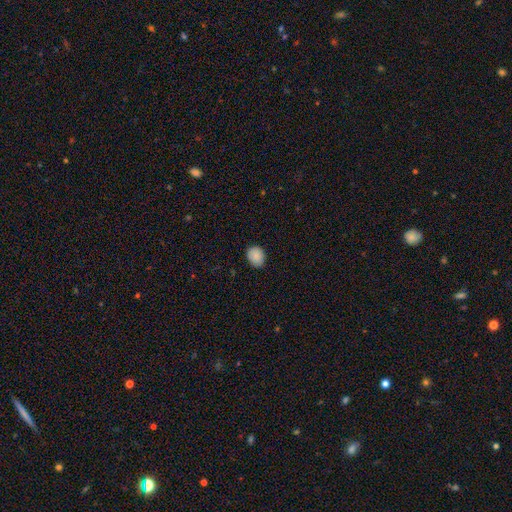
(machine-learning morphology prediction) A smooth galaxy with no disk features (88%) that is round (56%). Merging: none (86%).